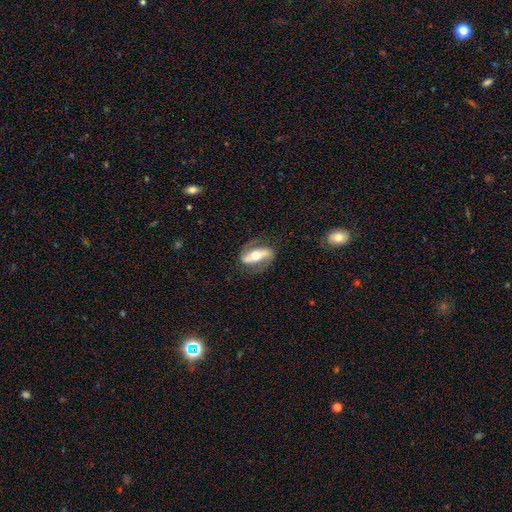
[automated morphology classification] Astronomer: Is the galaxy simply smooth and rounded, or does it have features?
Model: featured or disk — 69%.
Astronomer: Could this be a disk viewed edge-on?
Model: no — 78%.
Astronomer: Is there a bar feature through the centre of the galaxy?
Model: strong — 57%.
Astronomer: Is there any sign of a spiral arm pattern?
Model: yes — 76%.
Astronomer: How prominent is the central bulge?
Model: moderate — 66%.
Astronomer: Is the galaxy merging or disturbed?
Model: none — 76%.